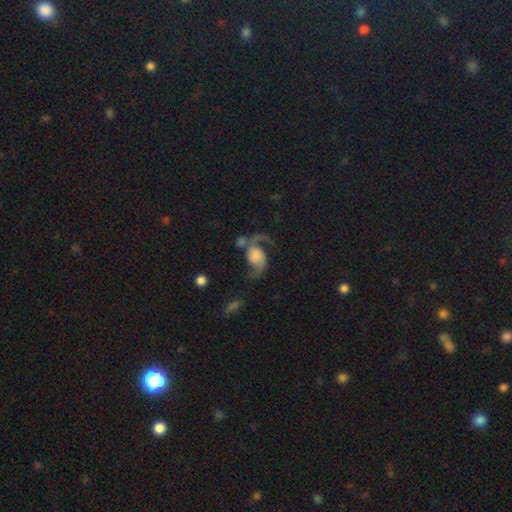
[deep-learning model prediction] smooth_or_featured: featured or disk (p=0.82) [alt: smooth p=0.11]
disk_edge_on: no (p=0.98) [alt: yes p=0.02]
bar: no (p=0.72) [alt: weak p=0.21]
has_spiral_arms: yes (p=0.95) [alt: no p=0.05]
spiral_winding: loose (p=0.77) [alt: medium p=0.18]
spiral_arm_count: 2 (p=0.89) [alt: 1 p=0.07]
bulge_size: none (p=0.31) [alt: large p=0.29]
merging: none (p=0.52) [alt: major disturbance p=0.19]